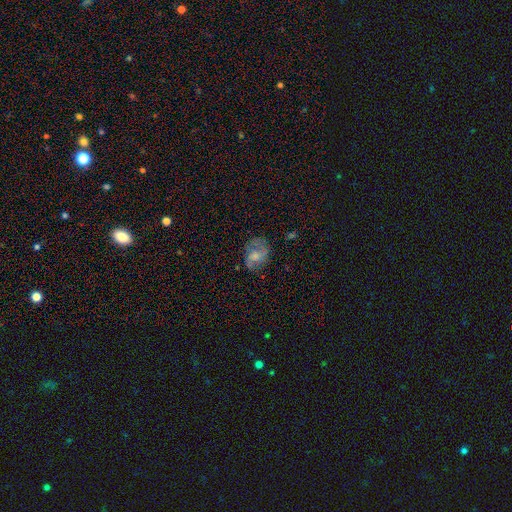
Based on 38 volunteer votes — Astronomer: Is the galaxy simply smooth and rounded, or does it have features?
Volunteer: smooth — 61%.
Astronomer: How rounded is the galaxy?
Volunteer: in between — 61% (runner-up: round, 39%).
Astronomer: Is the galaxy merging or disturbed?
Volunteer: major disturbance — 36% (runner-up: none, 33%).